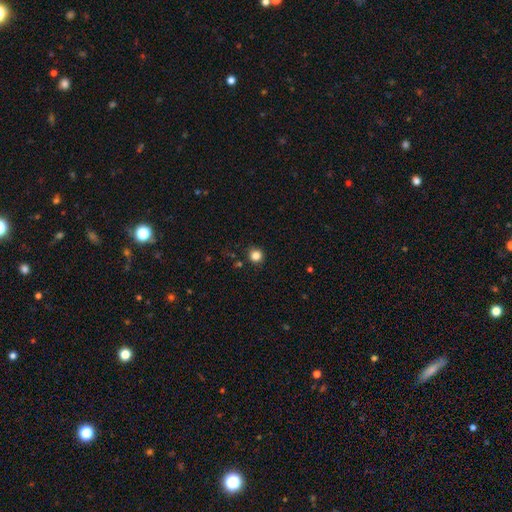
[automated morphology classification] Overall: smooth (84%). How rounded: round (94%). Merging: none (89%).